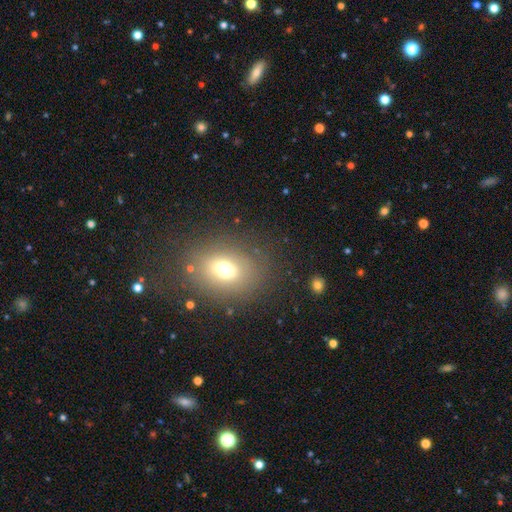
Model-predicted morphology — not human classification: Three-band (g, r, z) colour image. It shows a smooth galaxy with no disk features (65%) that is in between round and cigar-shaped (59%). Merging: none (84%).